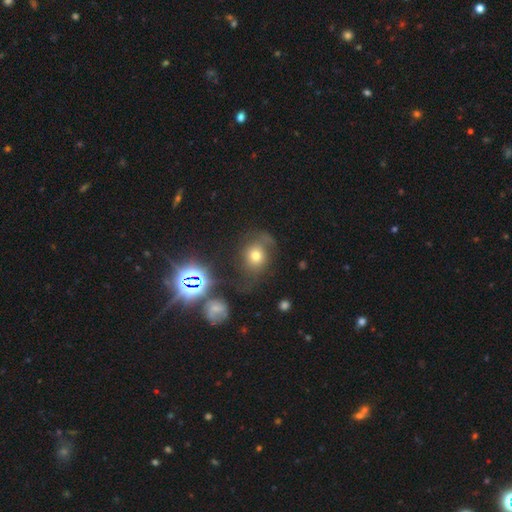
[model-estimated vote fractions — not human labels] smooth 59%, featured or disk 22%, star or artifact 19%. Down the decision tree: how rounded — round (64%); merging — none (47%).